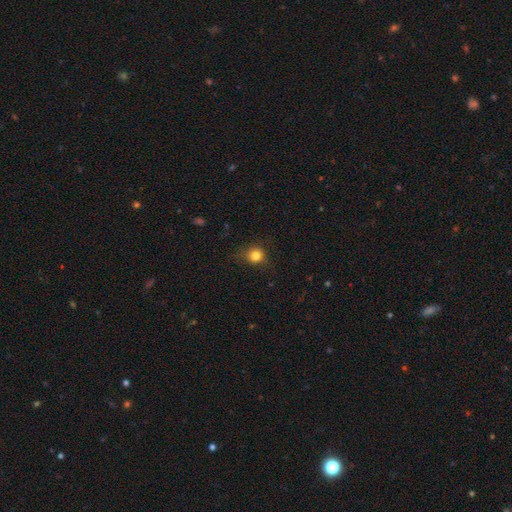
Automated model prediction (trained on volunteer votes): smooth-or-featured: smooth: 81% | star or artifact: 13% | featured or disk: 6%
  how-rounded: round: 86% | in between: 13% | cigar-shaped: 1%
  merging: none: 75% | minor disturbance: 18% | major disturbance: 6% | merger: 1%